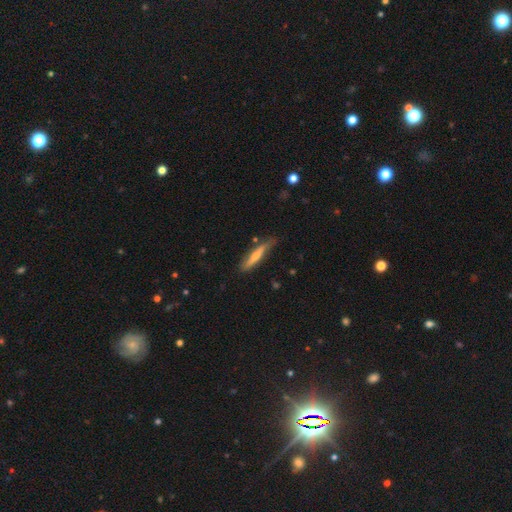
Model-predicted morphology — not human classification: Smooth or featured? Predicted: smooth (p=0.52). How rounded? Predicted: cigar-shaped (p=0.89). Merging? Predicted: none (p=0.70).